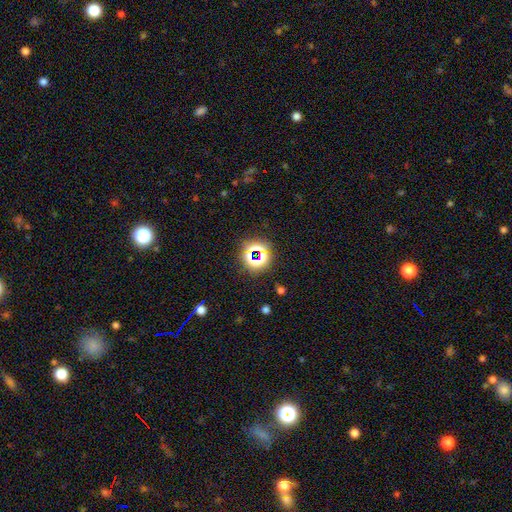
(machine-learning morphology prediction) star or artifact 69%, smooth 22%, featured or disk 10%.